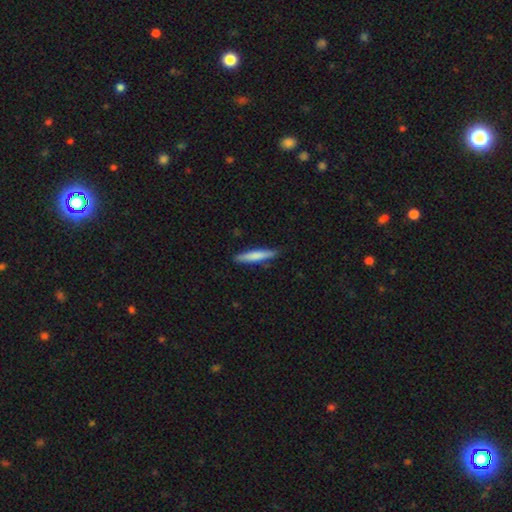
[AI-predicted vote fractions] smooth-or-featured: smooth: 74% | featured or disk: 21% | star or artifact: 5%
  how-rounded: cigar-shaped: 91% | in between: 8% | round: 1%
  merging: none: 86% | minor disturbance: 11% | major disturbance: 2% | merger: 1%